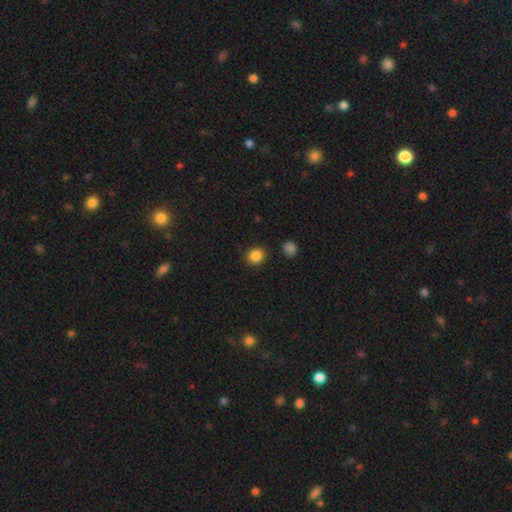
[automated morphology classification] Overall: smooth (86%). How rounded: round (80%). Merging: none (89%).